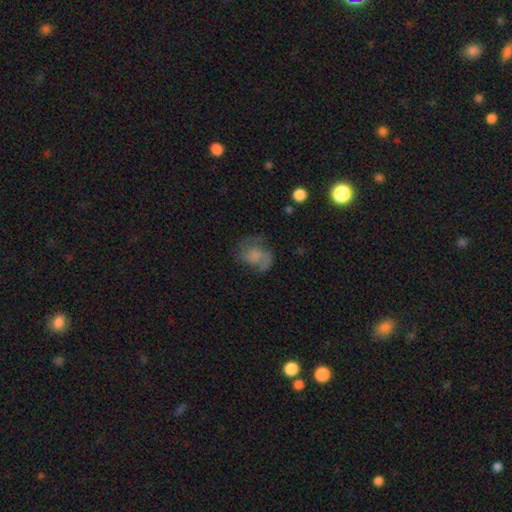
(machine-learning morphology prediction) The model was most divided on "smooth or featured": featured or disk: 47%, smooth: 42%, star or artifact: 11%. Remaining: merging — none (46%).